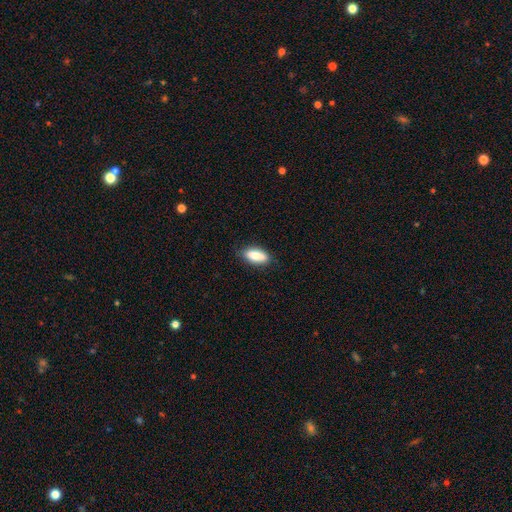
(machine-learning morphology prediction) Smooth or featured? Predicted: smooth (p=0.83). How rounded? Predicted: in between (p=0.79). Merging? Predicted: none (p=0.83).